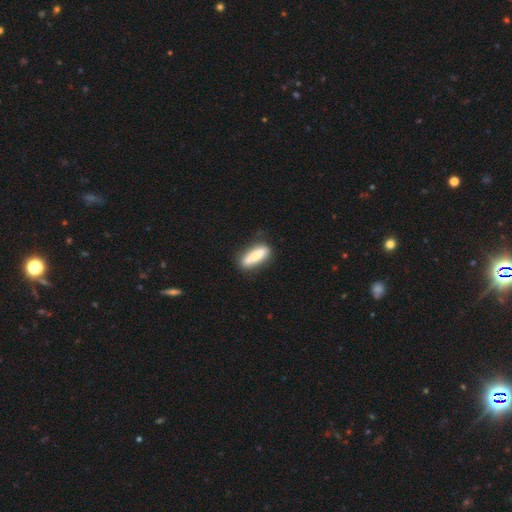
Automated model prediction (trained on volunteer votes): A smooth galaxy with no disk features (68%) that is cigar-shaped (58%).

Vote fractions:
- Smooth or featured? smooth: 68% / featured or disk: 25% / star or artifact: 6%
- How rounded? cigar-shaped: 58% / in between: 40% / round: 2%
- Merging? none: 78% / minor disturbance: 15% / major disturbance: 4% / merger: 2%